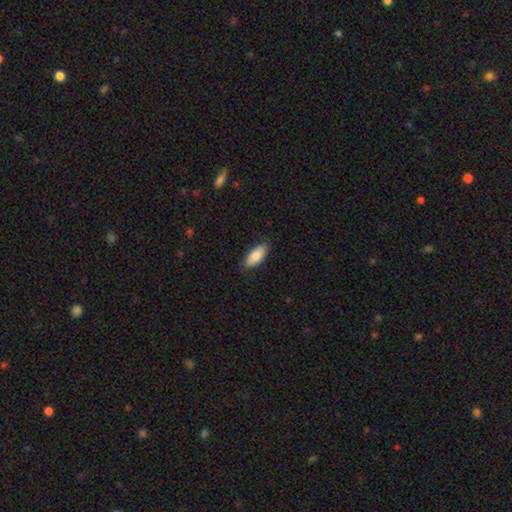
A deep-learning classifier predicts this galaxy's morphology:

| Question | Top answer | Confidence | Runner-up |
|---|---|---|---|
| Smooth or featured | smooth | 83% | featured or disk (11%) |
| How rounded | in between | 84% | cigar-shaped (14%) |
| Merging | none | 82% | minor disturbance (14%) |